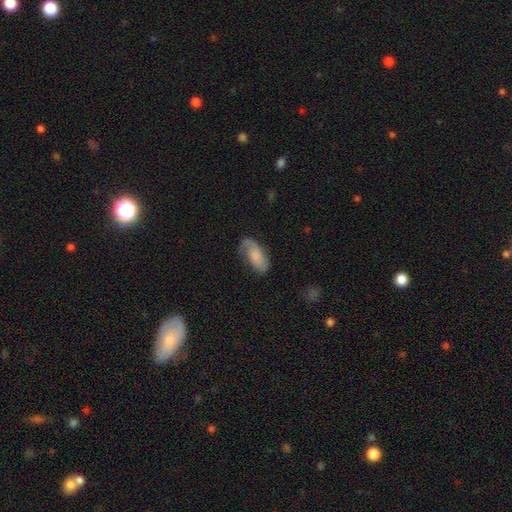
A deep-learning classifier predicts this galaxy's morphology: Smooth or featured? Predicted: featured or disk (p=0.47). Merging? Predicted: none (p=0.65).